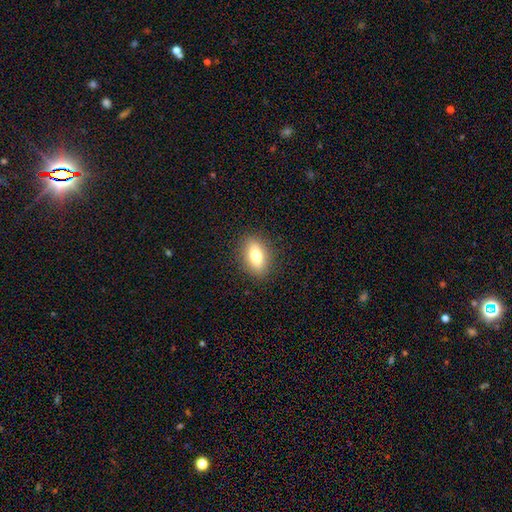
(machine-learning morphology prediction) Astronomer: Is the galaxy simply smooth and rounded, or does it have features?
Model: smooth — 71%.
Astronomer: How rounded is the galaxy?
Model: in between — 80%.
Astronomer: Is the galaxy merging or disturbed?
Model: none — 88%.